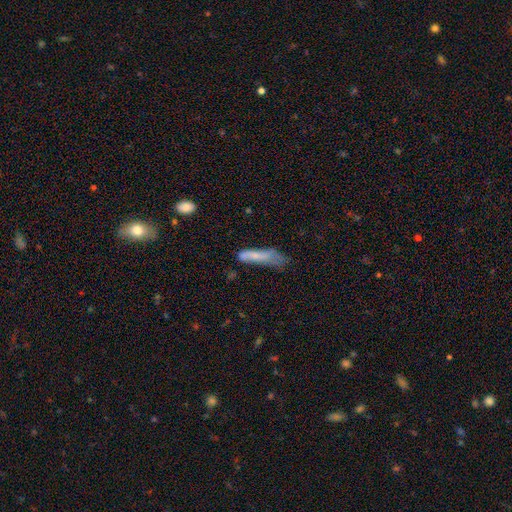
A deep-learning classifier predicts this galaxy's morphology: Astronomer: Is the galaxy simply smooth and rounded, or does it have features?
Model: smooth — 68%.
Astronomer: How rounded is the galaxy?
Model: cigar-shaped — 77%.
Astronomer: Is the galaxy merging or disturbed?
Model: none — 34% (runner-up: minor disturbance, 32%).